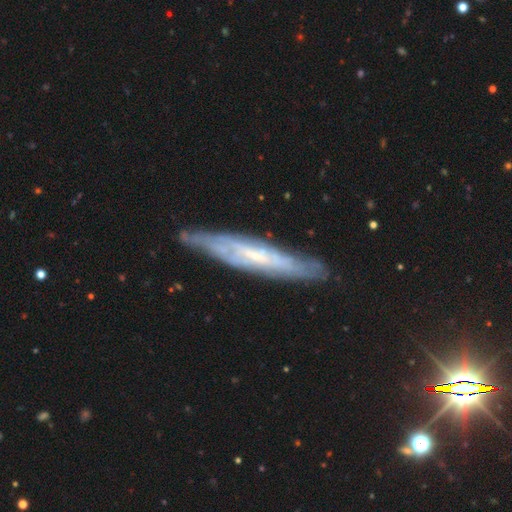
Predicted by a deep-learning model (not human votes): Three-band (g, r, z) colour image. It shows a featured or disk galaxy (72%) viewed edge-on (63%). Merging: none (77%).